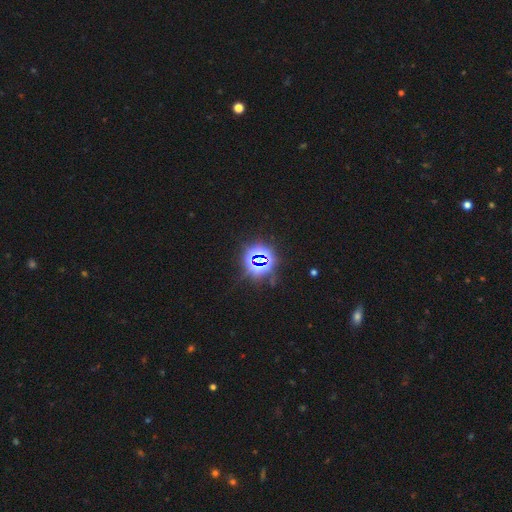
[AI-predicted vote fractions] This appears to be a star or artifact, not a galaxy (79%).